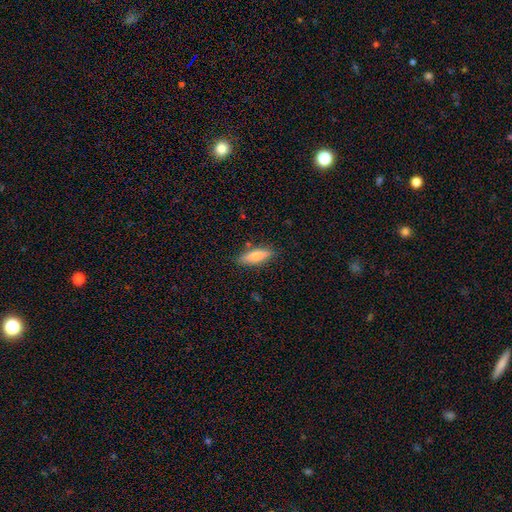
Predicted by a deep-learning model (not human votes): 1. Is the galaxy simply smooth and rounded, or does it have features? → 67% smooth, 27% featured or disk, 7% star or artifact.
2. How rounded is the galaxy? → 50% cigar-shaped, 48% in between, 2% round.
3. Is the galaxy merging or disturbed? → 85% none, 11% minor disturbance, 2% major disturbance, 2% merger.